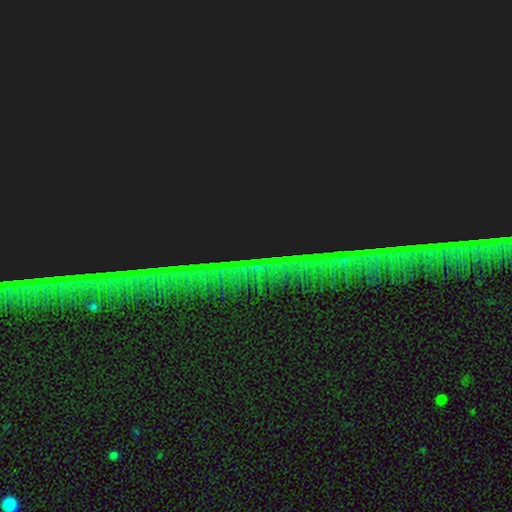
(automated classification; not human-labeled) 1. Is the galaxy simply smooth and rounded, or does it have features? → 84% star or artifact, 8% featured or disk, 7% smooth.